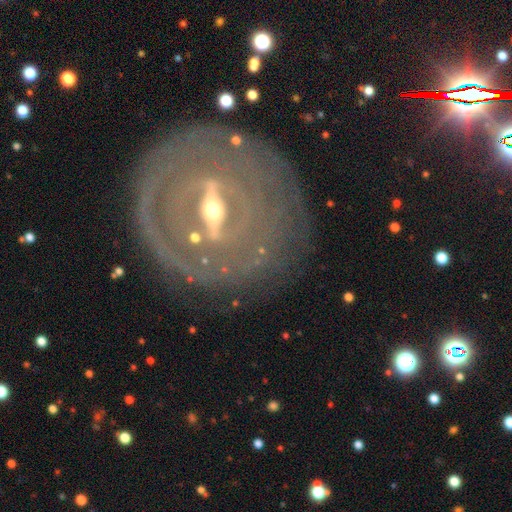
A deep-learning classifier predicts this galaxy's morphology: A featured or disk galaxy (80%) with a strong bar (57%), spiral arms (63%) and a small central bulge (49%). Merging: none (81%).